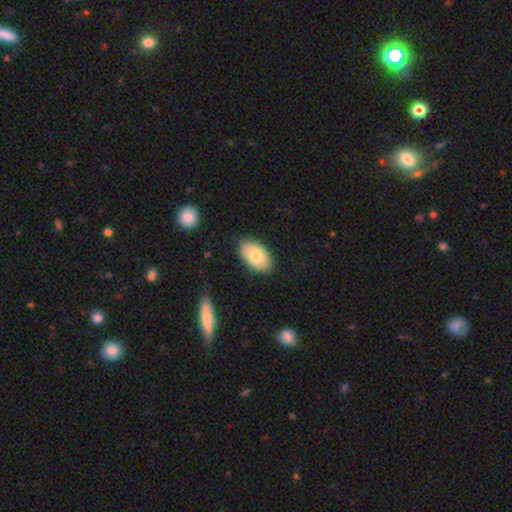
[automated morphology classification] smooth_or_featured: smooth (p=0.77) [alt: featured or disk p=0.17]
how_rounded: in between (p=0.93) [alt: round p=0.06]
merging: none (p=0.85) [alt: minor disturbance p=0.11]